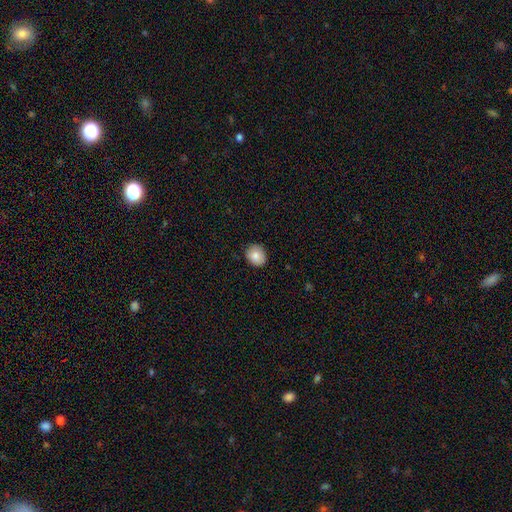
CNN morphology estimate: Smooth or featured? smooth (84%)
How rounded? round (74%)
Merging? none (86%)